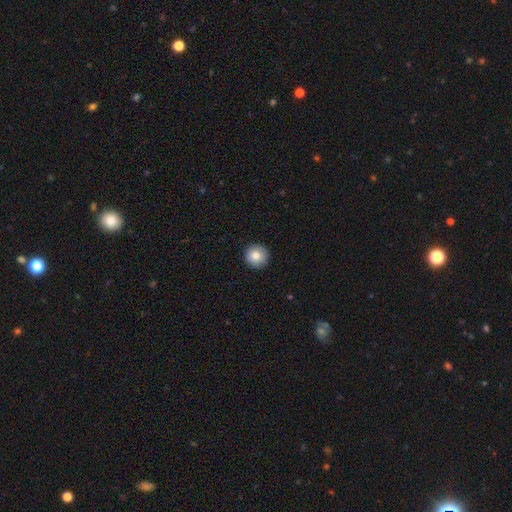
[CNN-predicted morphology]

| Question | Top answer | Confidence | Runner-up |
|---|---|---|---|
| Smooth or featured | smooth | 82% | featured or disk (10%) |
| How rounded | round | 96% | in between (3%) |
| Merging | none | 92% | minor disturbance (5%) |